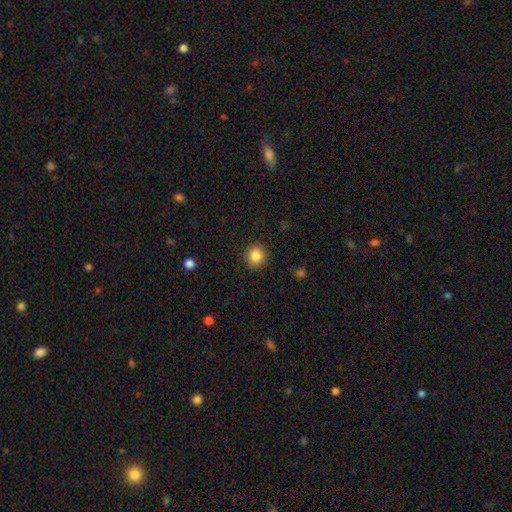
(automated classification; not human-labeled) A smooth galaxy with no disk features (86%) that is round (93%).

Vote fractions:
- Smooth or featured? smooth: 86% / star or artifact: 10% / featured or disk: 4%
- How rounded? round: 93% / in between: 6% / cigar-shaped: 1%
- Merging? none: 91% / minor disturbance: 6% / major disturbance: 2% / merger: 1%